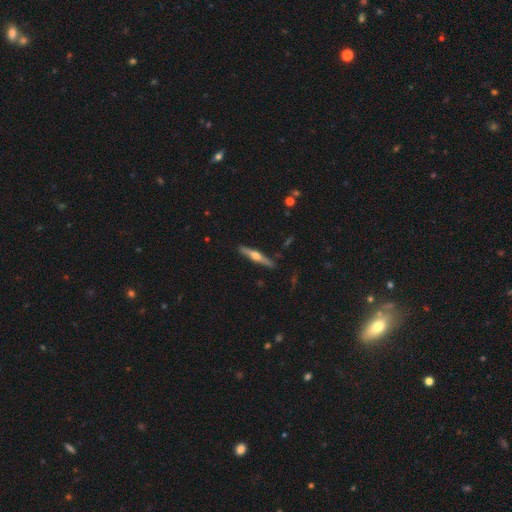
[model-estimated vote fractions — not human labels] Smooth or featured?
  - featured or disk: 69% *
  - smooth: 26%
  - star or artifact: 5%
Edge-on disk?
  - yes: 97% *
  - no: 3%
Edge-on bulge?
  - rounded: 93% *
  - boxy: 3%
  - none: 3%
Merging?
  - none: 90% *
  - minor disturbance: 7%
  - major disturbance: 2%
  - merger: 1%